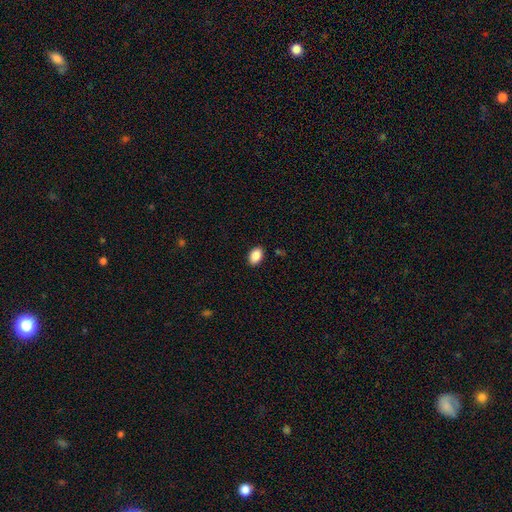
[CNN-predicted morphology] This is clearly a smooth galaxy (88%). How rounded: clearly in between (89%). Merging: clearly none (89%).